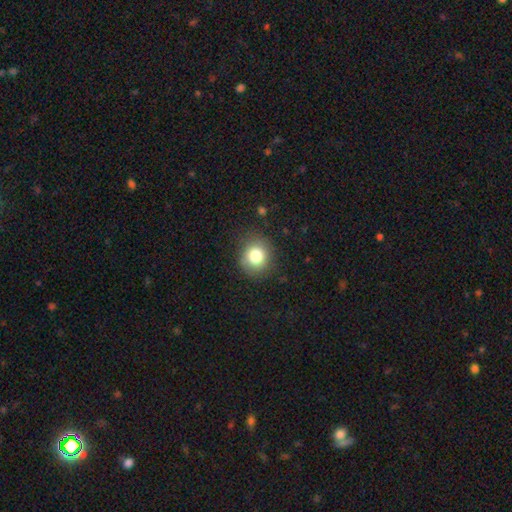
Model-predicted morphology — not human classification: Q: Smooth or featured?
A: smooth (80%); runner-up: star or artifact (10%)
Q: How rounded?
A: round (82%); runner-up: in between (17%)
Q: Merging?
A: none (83%); runner-up: minor disturbance (12%)